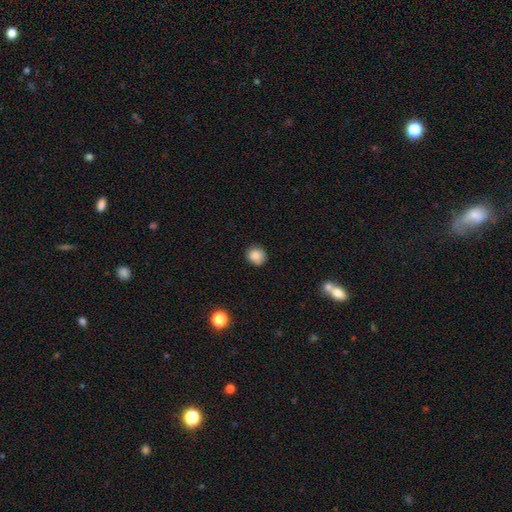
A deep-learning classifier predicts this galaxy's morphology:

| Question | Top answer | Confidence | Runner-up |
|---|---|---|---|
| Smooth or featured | smooth | 86% | star or artifact (10%) |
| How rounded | round | 86% | in between (13%) |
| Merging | none | 85% | minor disturbance (11%) |